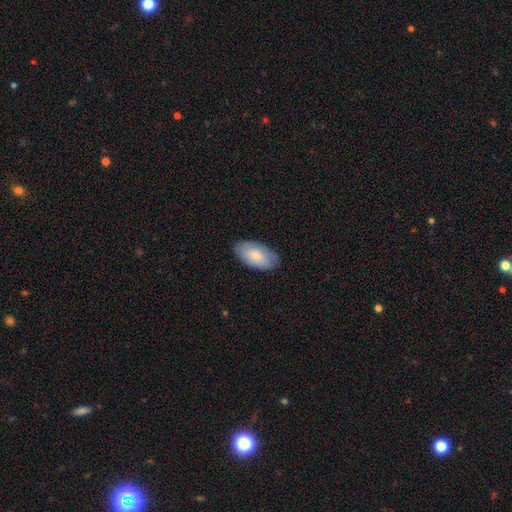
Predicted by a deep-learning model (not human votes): Q: Smooth or featured?
A: smooth (77%); runner-up: featured or disk (18%)
Q: How rounded?
A: in between (95%); runner-up: round (3%)
Q: Merging?
A: none (81%); runner-up: minor disturbance (15%)